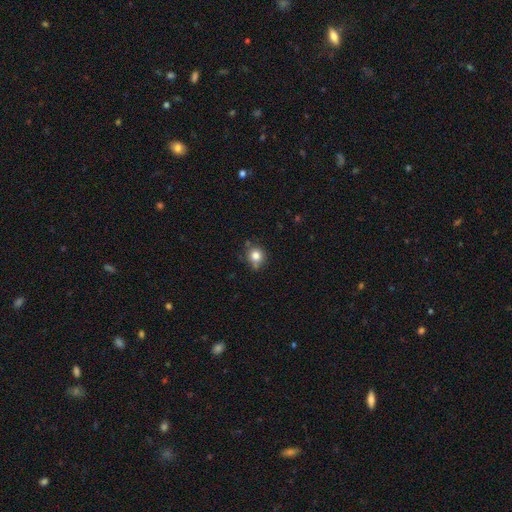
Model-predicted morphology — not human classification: A smooth galaxy with no disk features (81%) that is round (83%). Merging: none (70%).